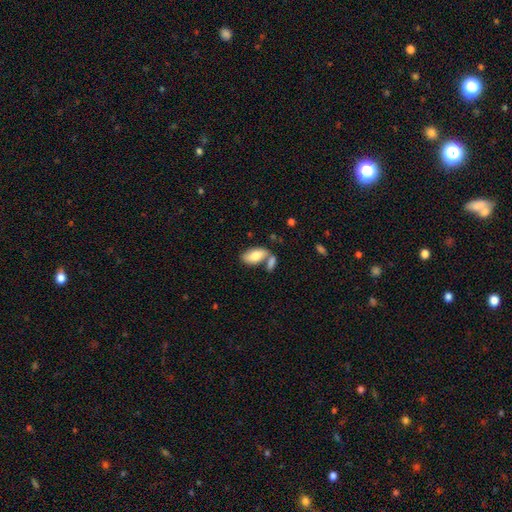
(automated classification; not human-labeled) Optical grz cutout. It shows a smooth galaxy with no disk features (73%) that is in between round and cigar-shaped (92%). Merging: none (49%).